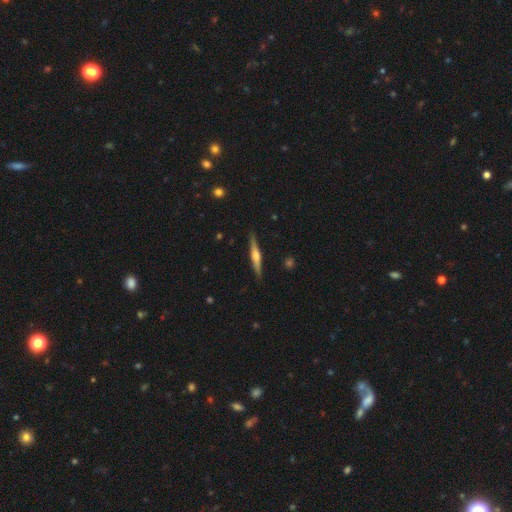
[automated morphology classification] The model was most divided on "smooth or featured": featured or disk: 69%, smooth: 25%, star or artifact: 6%. More confident: edge-on disk — yes (98%); merging — none (89%); edge-on bulge — rounded (87%).